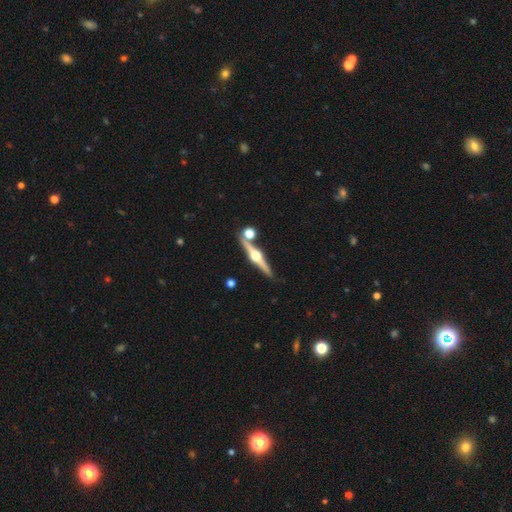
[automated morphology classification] type=featured or disk (85%); edge-on=yes (98%); edge-on bulge=rounded (96%); merging=none (82%).